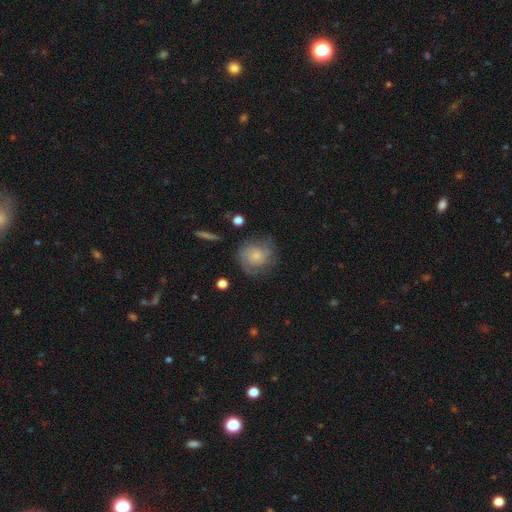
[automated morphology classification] smooth-or-featured: smooth: 49% | featured or disk: 43% | star or artifact: 9%
  merging: none: 68% | minor disturbance: 20% | major disturbance: 10% | merger: 2%